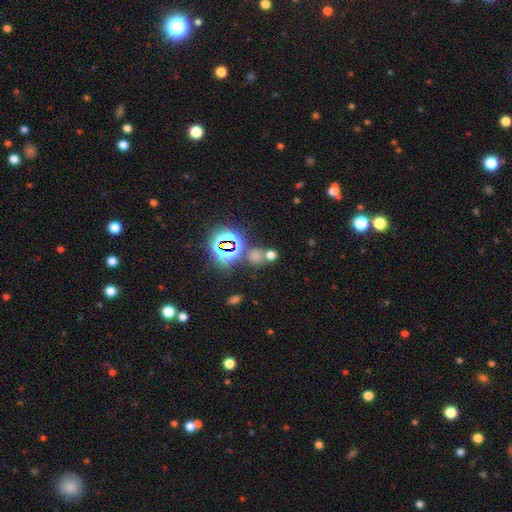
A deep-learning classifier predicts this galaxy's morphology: smooth_or_featured: smooth (p=0.53) [alt: star or artifact p=0.40]
how_rounded: round (p=0.73) [alt: in between p=0.25]
merging: none (p=0.61) [alt: merger p=0.25]